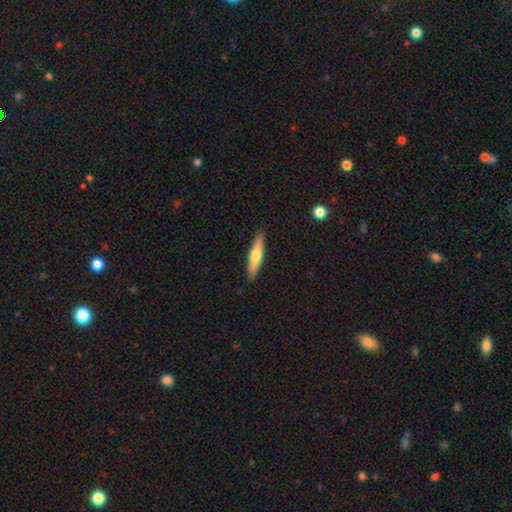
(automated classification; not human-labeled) Smooth or featured: smooth — 58% (featured or disk — 36%)
How rounded: cigar-shaped — 80% (in between — 19%)
Merging: none — 89% (minor disturbance — 8%)